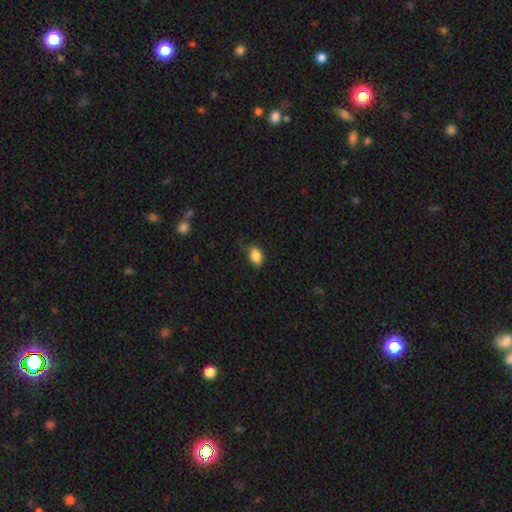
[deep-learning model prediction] Smooth or featured? Predicted: smooth (p=0.85). How rounded? Predicted: in between (p=0.85). Merging? Predicted: none (p=0.67).